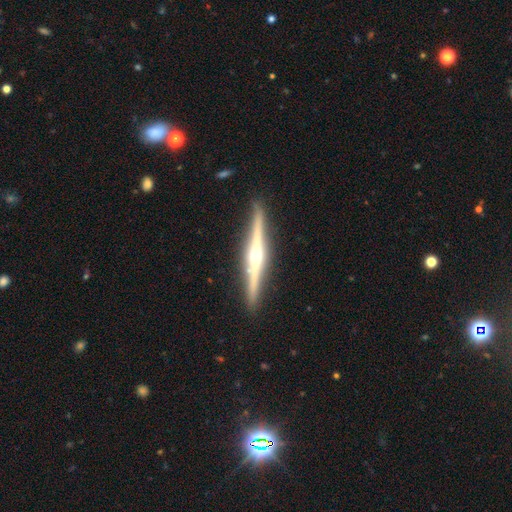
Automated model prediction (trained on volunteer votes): This appears to be a featured or disk galaxy (85%) viewed edge-on (98%) with a rounded central bulge (91%). Merging: none (91%).